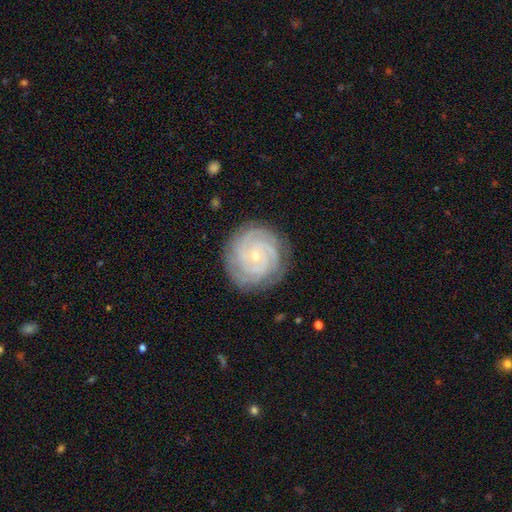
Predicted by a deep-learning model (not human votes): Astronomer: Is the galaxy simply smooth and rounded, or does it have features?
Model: featured or disk — 88%.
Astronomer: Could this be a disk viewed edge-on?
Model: no — 98%.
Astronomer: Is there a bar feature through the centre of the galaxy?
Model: no — 77%.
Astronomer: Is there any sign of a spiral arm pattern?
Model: yes — 98%.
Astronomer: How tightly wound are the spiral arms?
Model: tight — 84%.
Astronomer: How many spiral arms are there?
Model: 4 — 29% (runner-up: 3, 26%).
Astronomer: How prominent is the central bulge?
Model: small — 81%.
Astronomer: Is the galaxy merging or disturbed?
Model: none — 84%.